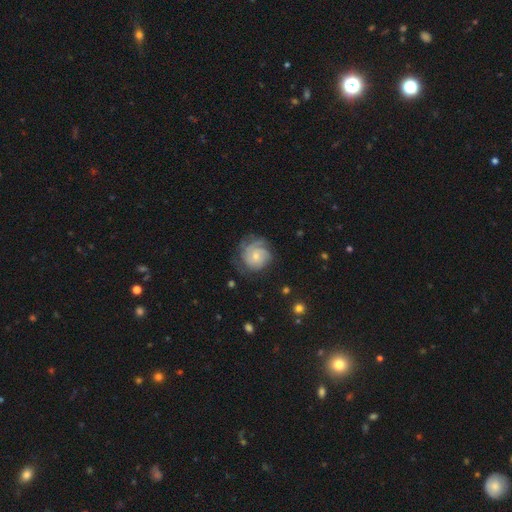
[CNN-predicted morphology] smooth-or-featured: featured or disk: 70% | smooth: 23% | star or artifact: 7%
  disk-edge-on: no: 98% | yes: 2%
    bar: no: 74% | weak: 23% | strong: 3%
    has-spiral-arms: yes: 92% | no: 8%
      spiral-winding: tight: 63% | medium: 27% | loose: 10%
      spiral-arm-count: can't tell: 36% | 3: 24% | 2: 20% | 1: 8% | 4: 8% | more than 4: 5%
    bulge-size: small: 60% | moderate: 34% | none: 3% | large: 2% | dominant: 1%
  merging: none: 62% | minor disturbance: 22% | major disturbance: 14% | merger: 1%